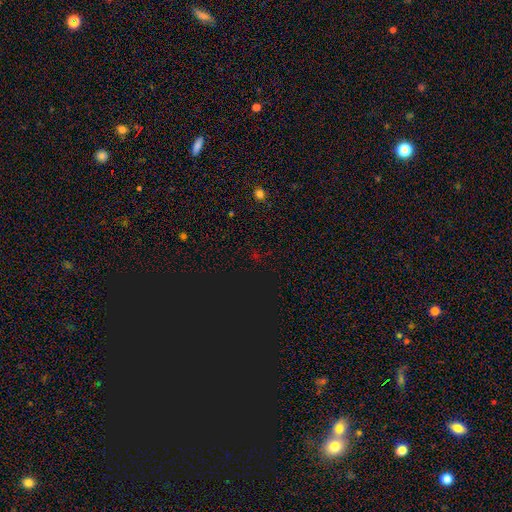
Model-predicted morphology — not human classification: smooth-or-featured: star or artifact: 72% | smooth: 21% | featured or disk: 7%